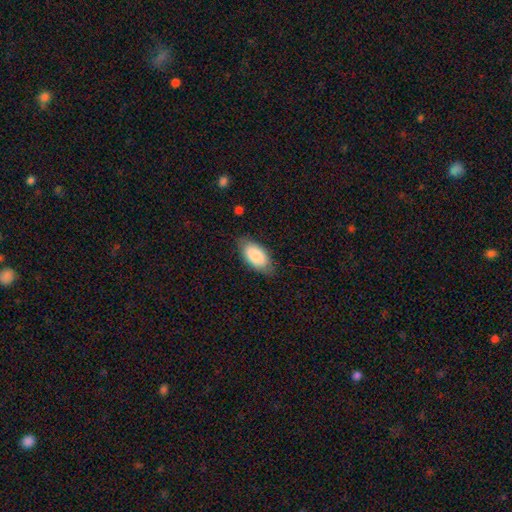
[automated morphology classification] A smooth galaxy with no disk features (85%) that is in between round and cigar-shaped (93%). Merging: none (77%).